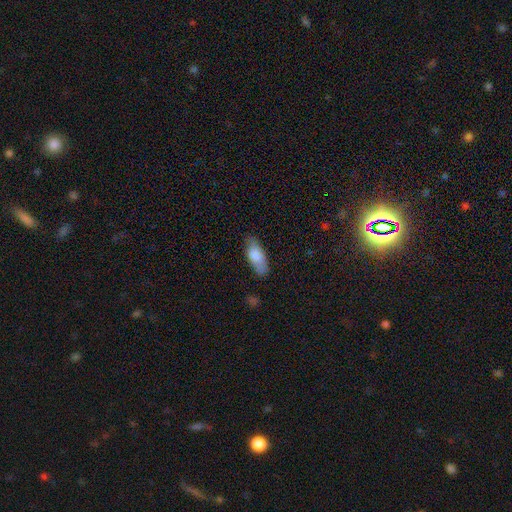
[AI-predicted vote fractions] This appears to be a smooth galaxy with no disk features (79%) that is in between round and cigar-shaped (80%). Merging: none (73%).